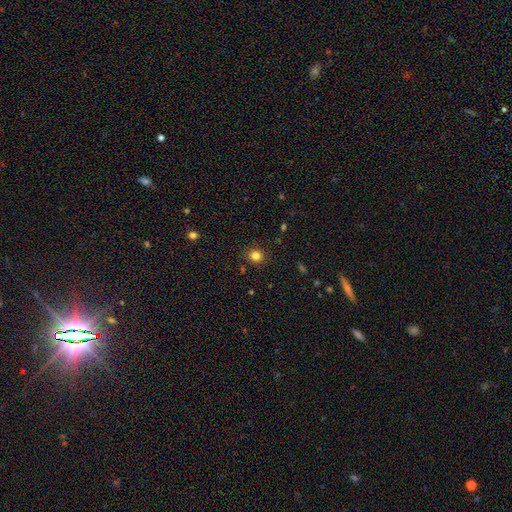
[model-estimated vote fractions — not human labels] This is clearly a smooth galaxy (81%). How rounded: clearly round (82%). Merging: clearly none (88%).